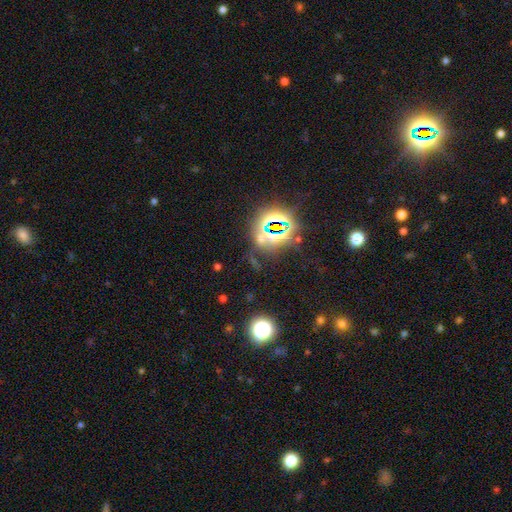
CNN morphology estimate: Smooth or featured: star or artifact — 79% (smooth — 12%)